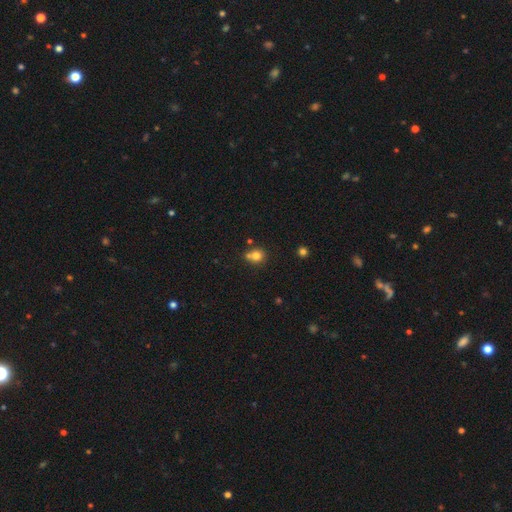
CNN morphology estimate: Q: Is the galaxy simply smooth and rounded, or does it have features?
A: smooth — 78%.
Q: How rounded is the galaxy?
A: round — 82%.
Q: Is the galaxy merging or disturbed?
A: none — 56%.